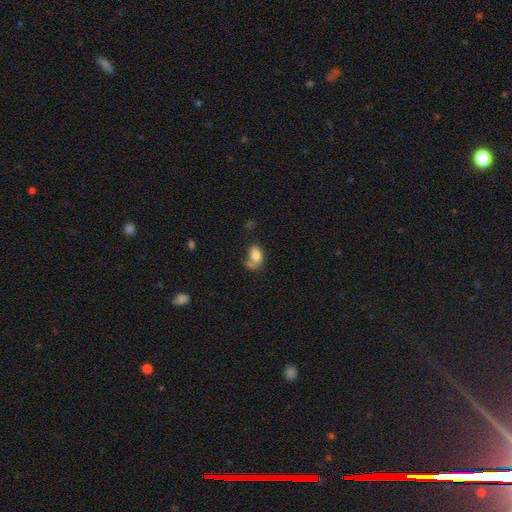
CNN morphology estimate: A smooth galaxy with no disk features (79%) that is in between round and cigar-shaped (80%). Merging: none (39%).